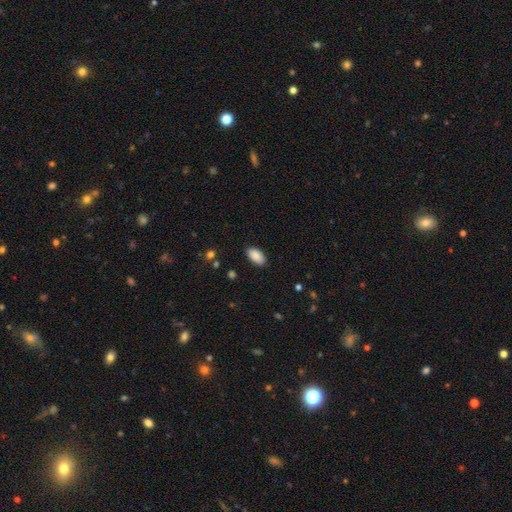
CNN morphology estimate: smooth_or_featured: smooth (p=0.87) [alt: star or artifact p=0.07]
how_rounded: in between (p=0.95) [alt: round p=0.03]
merging: none (p=0.87) [alt: minor disturbance p=0.10]